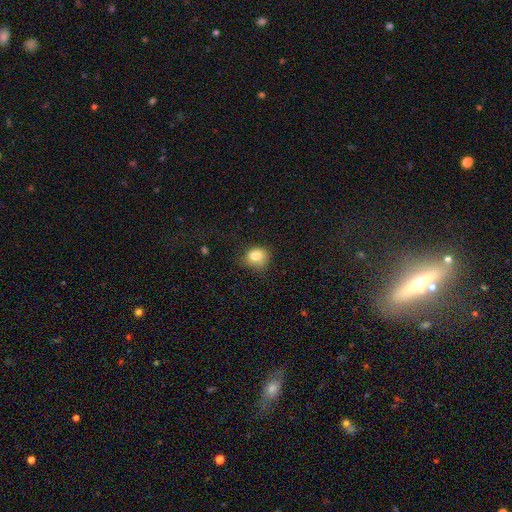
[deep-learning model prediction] The model was most divided on "how rounded": round: 54%, in between: 45%, cigar-shaped: 1%. More confident: smooth or featured — smooth (83%); merging — none (54%).